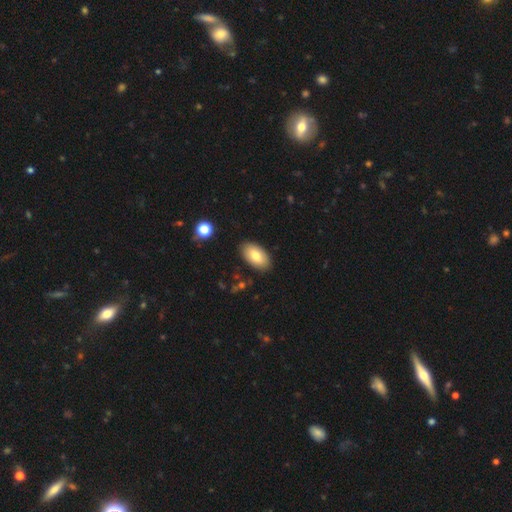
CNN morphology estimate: smooth 77%, featured or disk 16%, star or artifact 7%. Down the decision tree: how rounded — in between (95%); merging — none (87%).